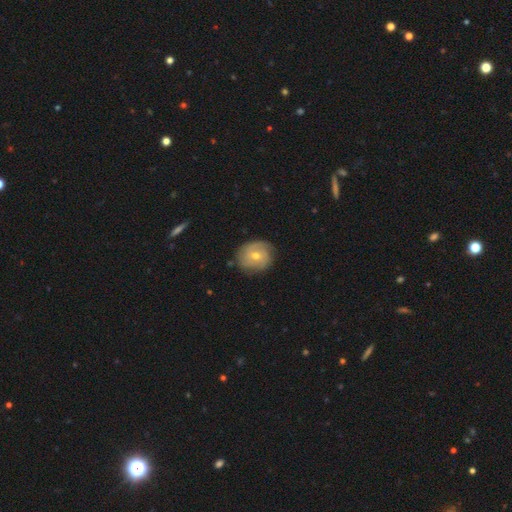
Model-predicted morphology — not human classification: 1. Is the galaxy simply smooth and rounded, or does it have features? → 56% featured or disk, 35% smooth, 8% star or artifact.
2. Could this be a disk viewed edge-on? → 95% no, 5% yes.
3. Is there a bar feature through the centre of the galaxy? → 63% no, 30% weak, 7% strong.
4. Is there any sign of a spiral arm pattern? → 76% yes, 24% no.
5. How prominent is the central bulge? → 54% moderate, 42% small, 1% large, 1% none, 1% dominant.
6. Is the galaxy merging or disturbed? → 78% none, 17% minor disturbance, 4% major disturbance, 1% merger.